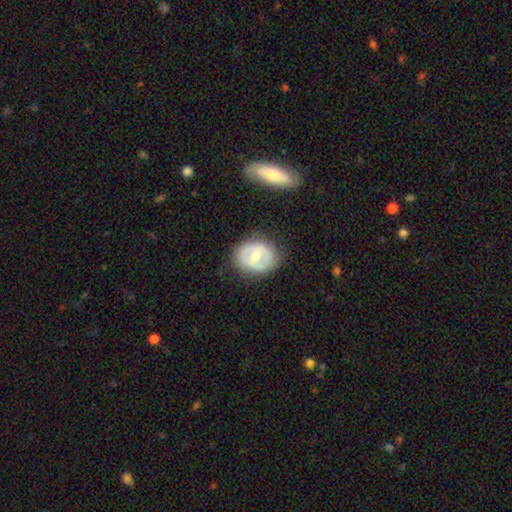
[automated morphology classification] smooth_or_featured: featured or disk (p=0.55) [alt: smooth p=0.39]
disk_edge_on: no (p=0.94) [alt: yes p=0.06]
bar: weak (p=0.38) [alt: no p=0.33]
has_spiral_arms: no (p=0.80) [alt: yes p=0.20]
bulge_size: moderate (p=0.71) [alt: small p=0.19]
merging: none (p=0.76) [alt: minor disturbance p=0.16]